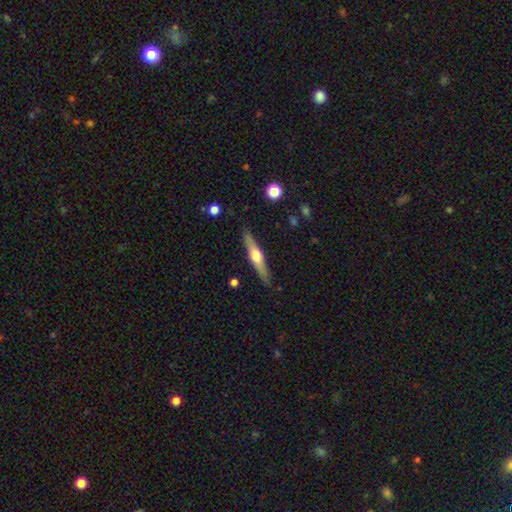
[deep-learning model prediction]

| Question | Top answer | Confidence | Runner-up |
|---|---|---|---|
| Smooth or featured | featured or disk | 63% | smooth (32%) |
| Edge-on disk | yes | 96% | no (4%) |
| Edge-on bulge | rounded | 93% | none (4%) |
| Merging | none | 89% | minor disturbance (8%) |